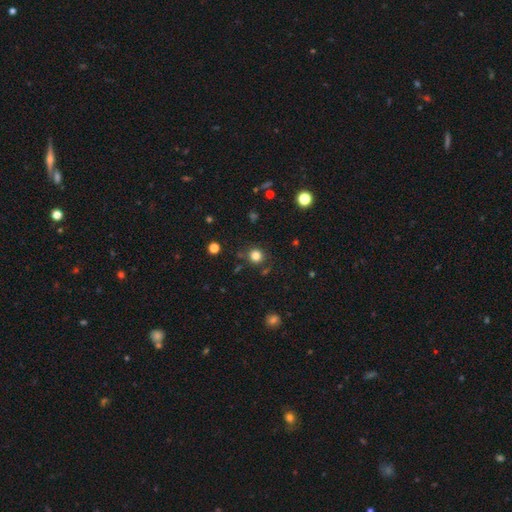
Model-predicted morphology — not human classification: Smooth or featured?
  - smooth: 81% *
  - star or artifact: 14%
  - featured or disk: 5%
How rounded?
  - round: 92% *
  - in between: 7%
  - cigar-shaped: 1%
Merging?
  - none: 83% *
  - minor disturbance: 9%
  - merger: 4%
  - major disturbance: 3%